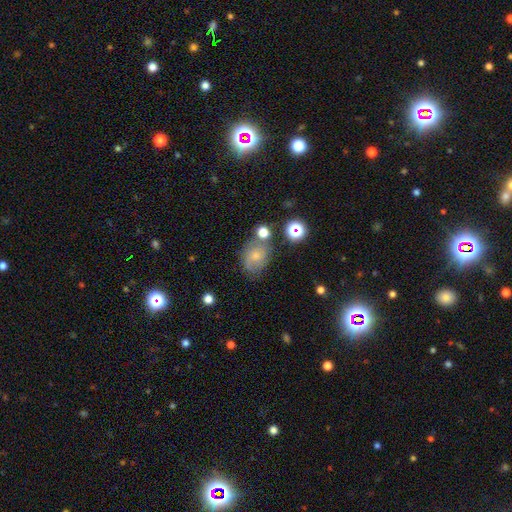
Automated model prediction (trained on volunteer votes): This appears to be a smooth galaxy with no disk features (54%) that is in between round and cigar-shaped (52%). Merging: none (54%).